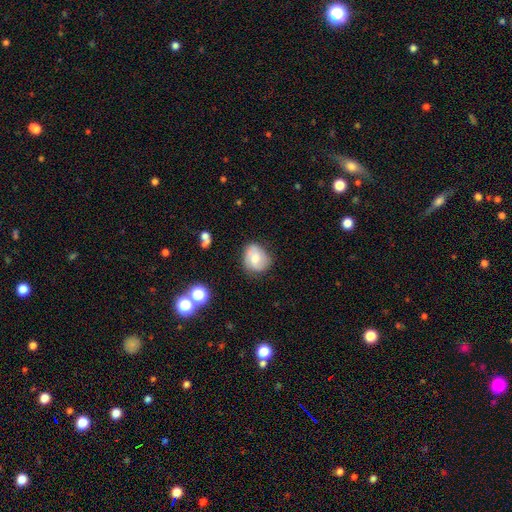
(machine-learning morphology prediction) Q: Smooth or featured?
A: smooth (58%); runner-up: featured or disk (33%)
Q: How rounded?
A: round (58%); runner-up: in between (41%)
Q: Merging?
A: none (65%); runner-up: minor disturbance (25%)